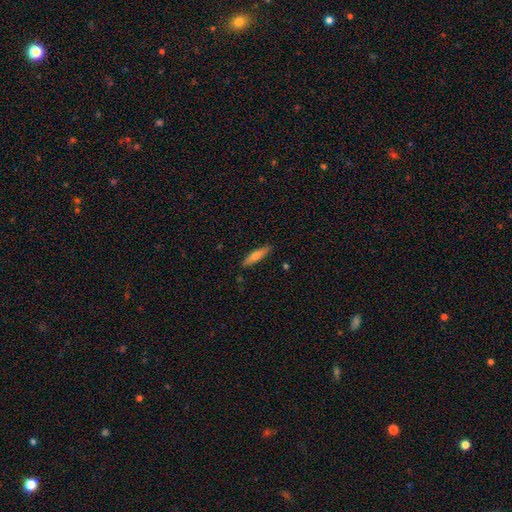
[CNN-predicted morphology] This appears to be a smooth galaxy with no disk features (65%) that is cigar-shaped (78%). Merging: none (88%).